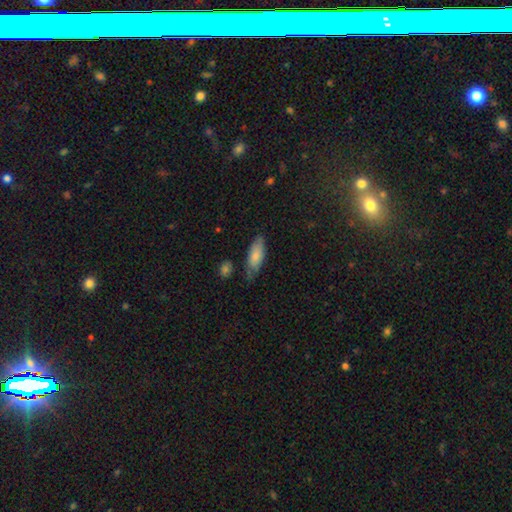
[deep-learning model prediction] This appears to be a smooth galaxy with no disk features (77%) that is in between round and cigar-shaped (76%). Merging: none (60%).